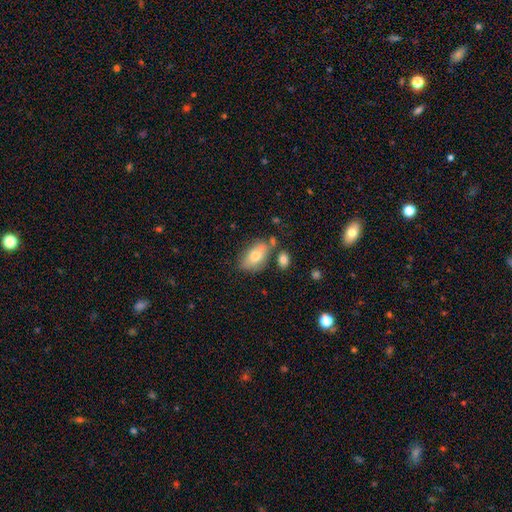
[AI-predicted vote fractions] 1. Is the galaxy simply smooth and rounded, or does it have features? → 73% smooth, 20% featured or disk, 7% star or artifact.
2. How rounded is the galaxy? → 91% in between, 6% round, 4% cigar-shaped.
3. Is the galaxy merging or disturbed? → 60% none, 20% minor disturbance, 14% merger, 6% major disturbance.